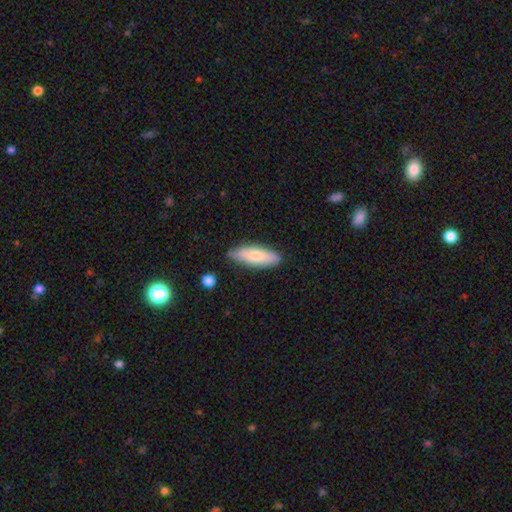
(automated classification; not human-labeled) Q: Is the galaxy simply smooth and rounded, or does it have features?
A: smooth — 71%.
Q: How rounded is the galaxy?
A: in between — 59%.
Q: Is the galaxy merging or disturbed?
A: none — 78%.